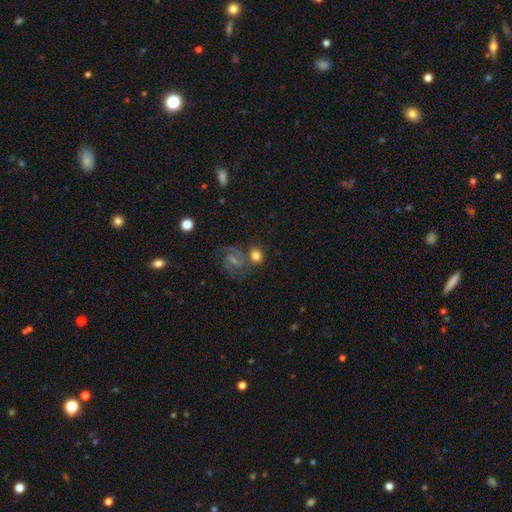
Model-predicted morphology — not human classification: Smooth or featured? smooth (63%)
How rounded? round (73%)
Merging? none (56%)